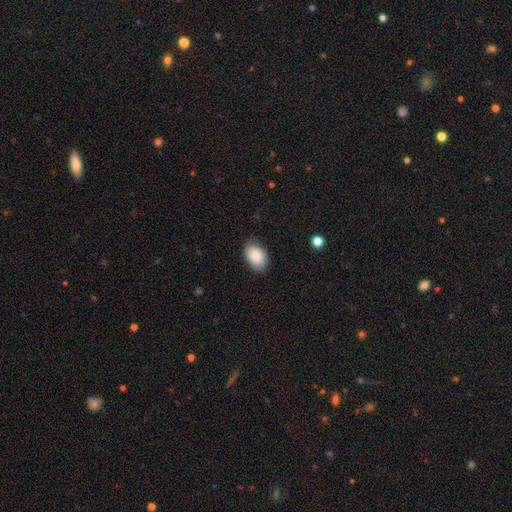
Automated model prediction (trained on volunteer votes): Smooth or featured? smooth (85%)
How rounded? in between (89%)
Merging? none (81%)